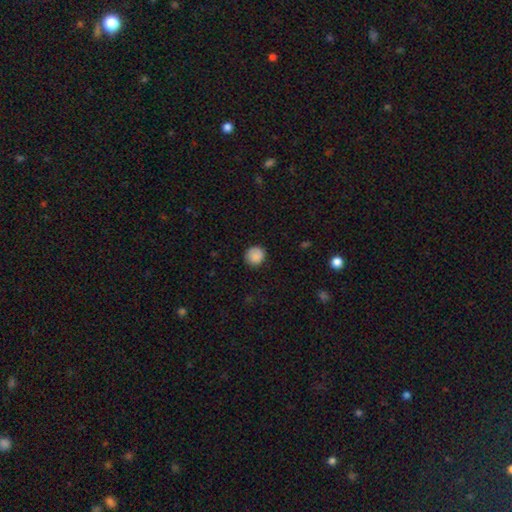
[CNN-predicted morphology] This appears to be a smooth galaxy with no disk features (87%) that is round (92%). Merging: none (87%).